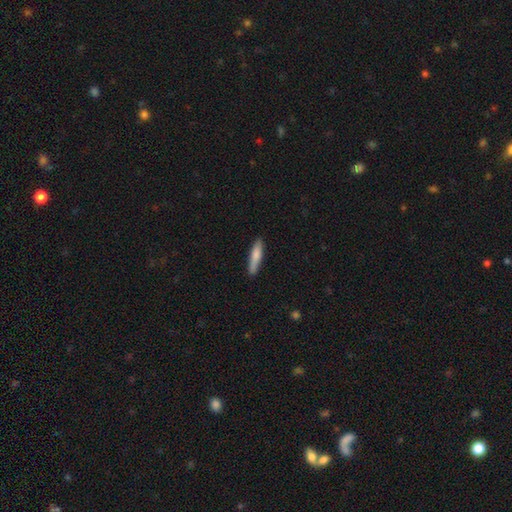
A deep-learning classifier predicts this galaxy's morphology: This is likely a smooth galaxy (77%). How rounded: clearly cigar-shaped (84%). Merging: clearly none (85%).